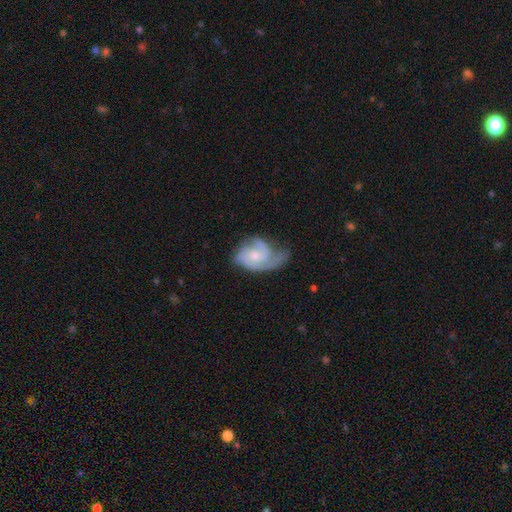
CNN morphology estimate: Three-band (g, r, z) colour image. It shows a featured or disk galaxy (80%) with no bar (70%), 3 (36%) medium (44%) spiral arms (95%) and a small central bulge (50%). Merging: none (42%).